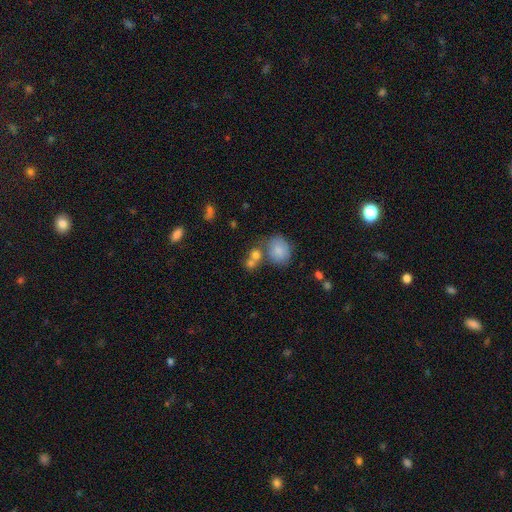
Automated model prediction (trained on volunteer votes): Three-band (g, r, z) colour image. It shows a smooth galaxy with no disk features (76%) that is round (68%). Merging: none (48%).